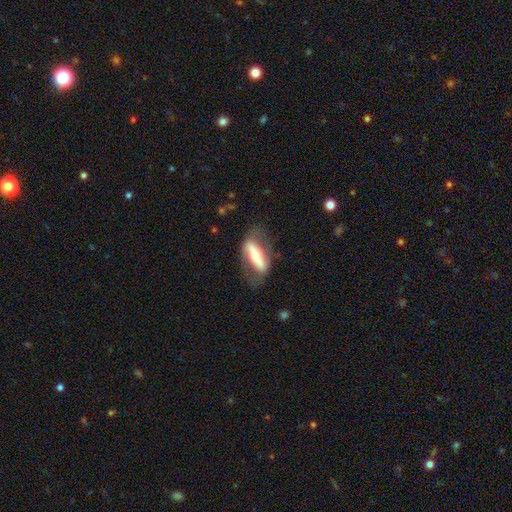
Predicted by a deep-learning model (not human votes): Smooth or featured: featured or disk — 59% (smooth — 35%)
Edge-on disk: no — 60% (yes — 40%)
Merging: none — 61% (minor disturbance — 22%)